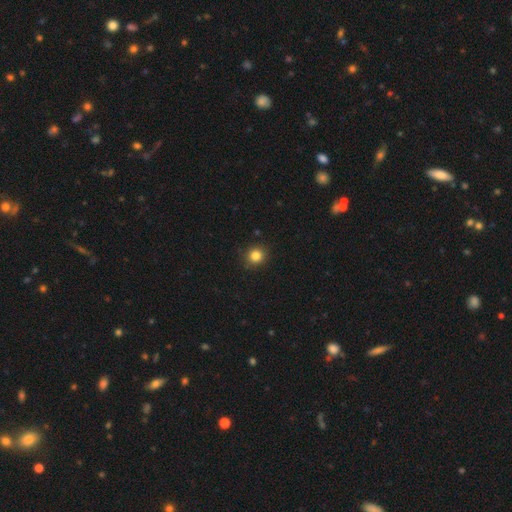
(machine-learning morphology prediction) A smooth galaxy with no disk features (83%) that is round (89%).

Vote fractions:
- Smooth or featured? smooth: 83% / star or artifact: 12% / featured or disk: 5%
- How rounded? round: 89% / in between: 10% / cigar-shaped: 1%
- Merging? none: 89% / minor disturbance: 8% / major disturbance: 2% / merger: 1%